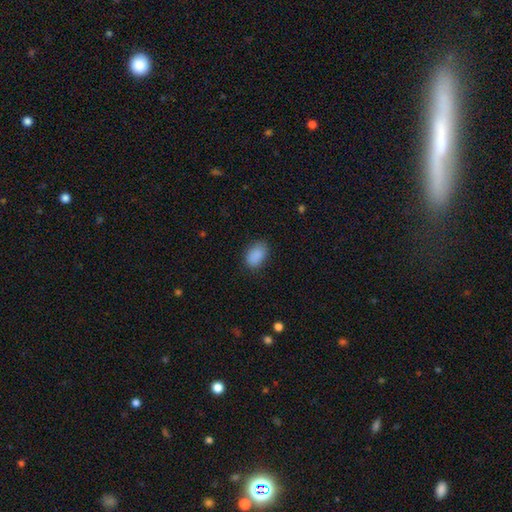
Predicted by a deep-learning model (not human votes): A smooth galaxy with no disk features (89%) that is in between round and cigar-shaped (86%).

Vote fractions:
- Smooth or featured? smooth: 89% / star or artifact: 8% / featured or disk: 3%
- How rounded? in between: 86% / round: 12% / cigar-shaped: 1%
- Merging? none: 81% / minor disturbance: 15% / major disturbance: 3% / merger: 1%